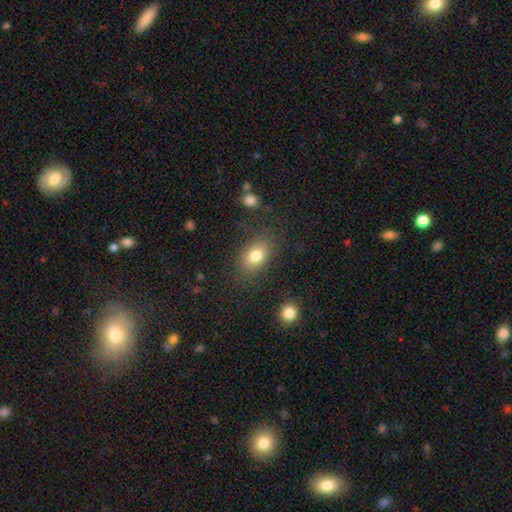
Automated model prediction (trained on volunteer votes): smooth_or_featured: smooth (p=0.80) [alt: star or artifact p=0.10]
how_rounded: in between (p=0.75) [alt: round p=0.24]
merging: none (p=0.78) [alt: minor disturbance p=0.14]